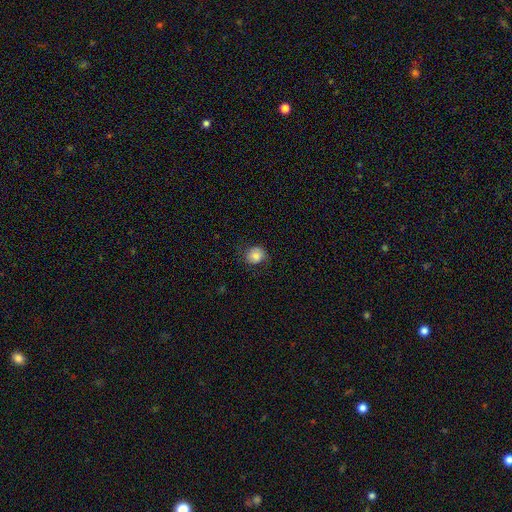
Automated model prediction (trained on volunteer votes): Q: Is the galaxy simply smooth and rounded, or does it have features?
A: smooth — 81%.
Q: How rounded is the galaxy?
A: round — 76%.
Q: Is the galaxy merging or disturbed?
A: none — 76%.